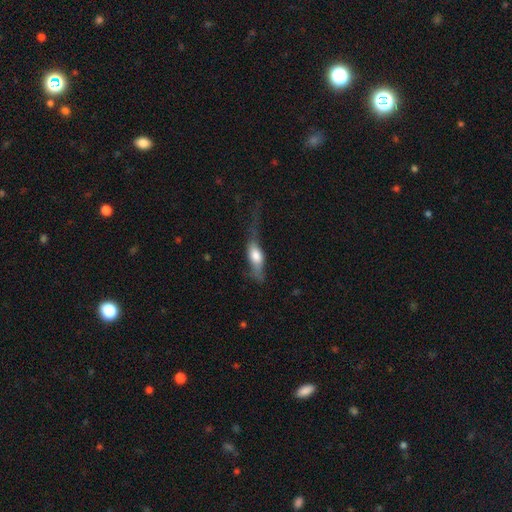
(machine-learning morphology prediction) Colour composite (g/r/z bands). It shows a smooth galaxy with no disk features (57%) that is in between round and cigar-shaped (62%). Merging: major disturbance (38%).